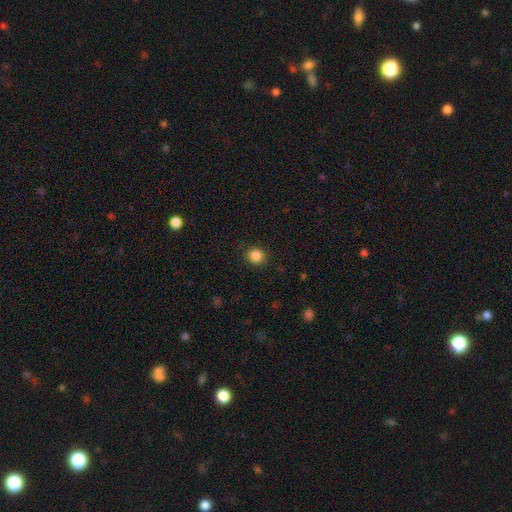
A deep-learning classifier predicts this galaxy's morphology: Overall: smooth (86%). How rounded: round (89%). Merging: none (89%).